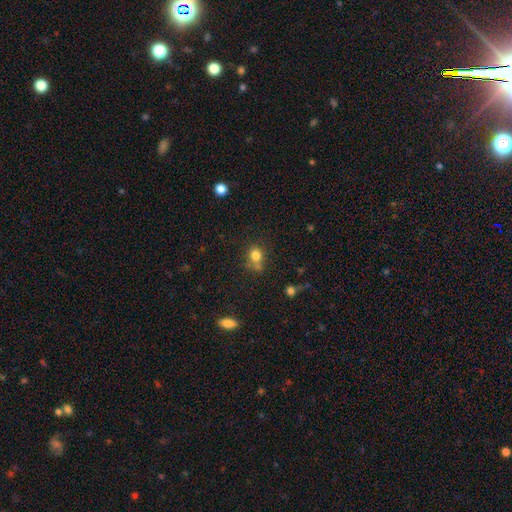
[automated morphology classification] A smooth galaxy with no disk features (79%) that is round (71%). Merging: none (56%).